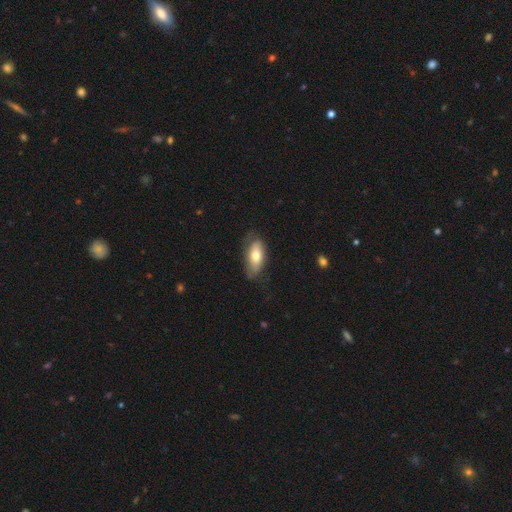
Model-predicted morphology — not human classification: Q: Smooth or featured?
A: smooth (66%); runner-up: featured or disk (28%)
Q: How rounded?
A: in between (85%); runner-up: cigar-shaped (12%)
Q: Merging?
A: none (67%); runner-up: minor disturbance (25%)